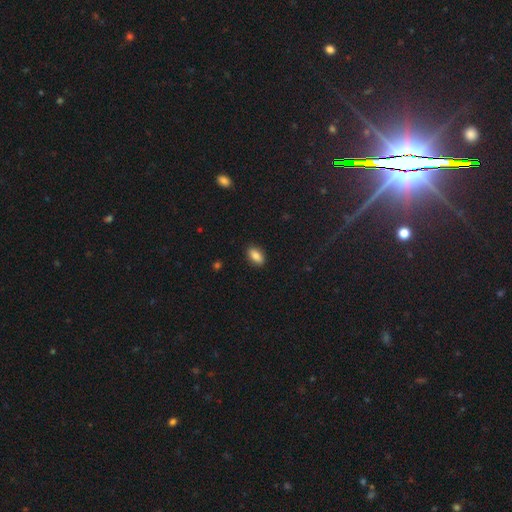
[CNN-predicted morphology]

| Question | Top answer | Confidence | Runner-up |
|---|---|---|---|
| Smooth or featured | smooth | 85% | star or artifact (8%) |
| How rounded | in between | 89% | cigar-shaped (7%) |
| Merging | none | 89% | minor disturbance (8%) |